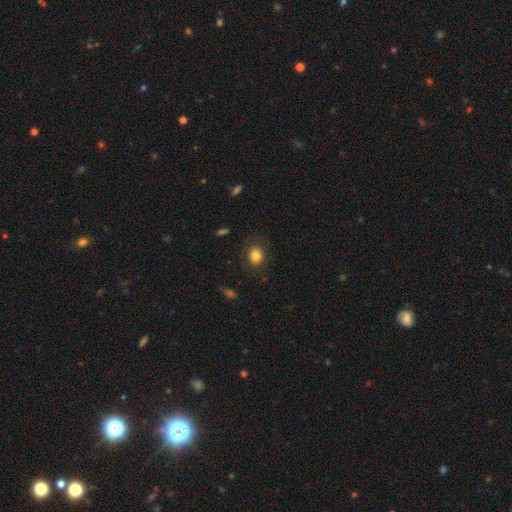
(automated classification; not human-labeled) A smooth galaxy with no disk features (83%) that is round (65%).

Vote fractions:
- Smooth or featured? smooth: 83% / star or artifact: 10% / featured or disk: 7%
- How rounded? round: 65% / in between: 34% / cigar-shaped: 1%
- Merging? none: 83% / minor disturbance: 12% / major disturbance: 4% / merger: 1%